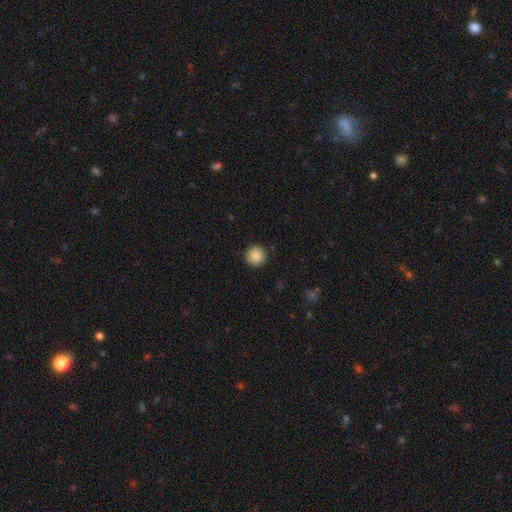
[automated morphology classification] Smooth or featured: smooth — 88% (star or artifact — 9%)
How rounded: round — 94% (in between — 5%)
Merging: none — 89% (minor disturbance — 8%)